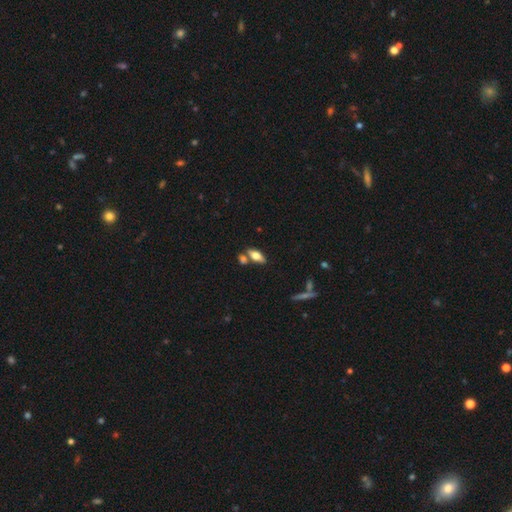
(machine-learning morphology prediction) Overall: smooth (63%; featured or disk 30%). How rounded: in between (78%). Merging: none (65%).